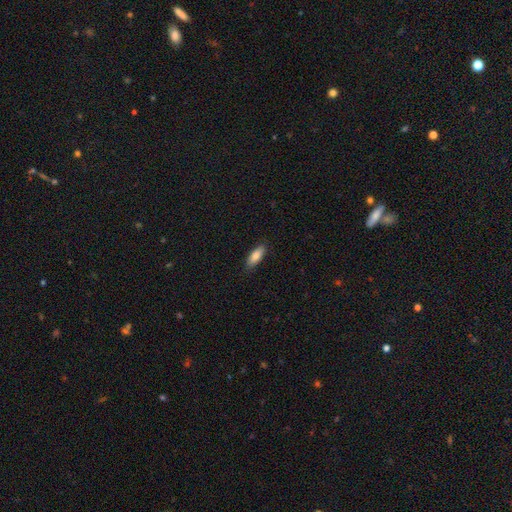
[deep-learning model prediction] smooth 83%, featured or disk 11%, star or artifact 6%. Down the decision tree: how rounded — in between (71%); merging — none (85%).